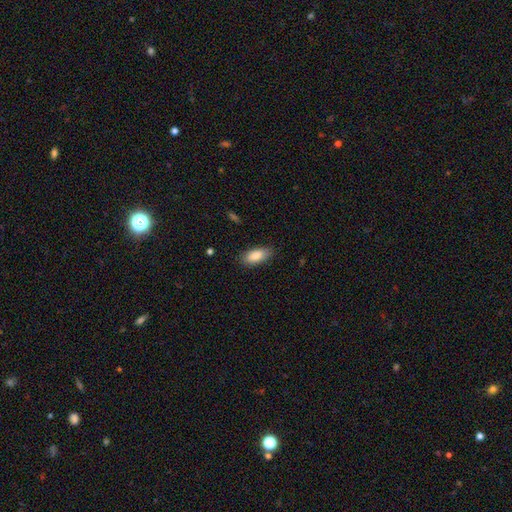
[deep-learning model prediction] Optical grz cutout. It shows a smooth galaxy with no disk features (87%) that is in between round and cigar-shaped (89%). Merging: none (85%).